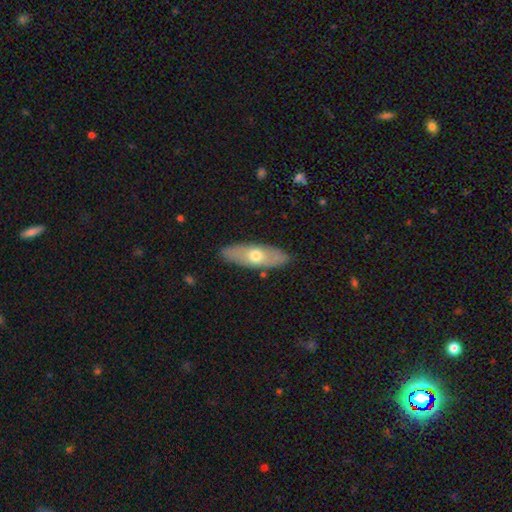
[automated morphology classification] smooth_or_featured: smooth (p=0.55) [alt: featured or disk p=0.40]
how_rounded: in between (p=0.61) [alt: cigar-shaped p=0.36]
merging: none (p=0.86) [alt: minor disturbance p=0.10]